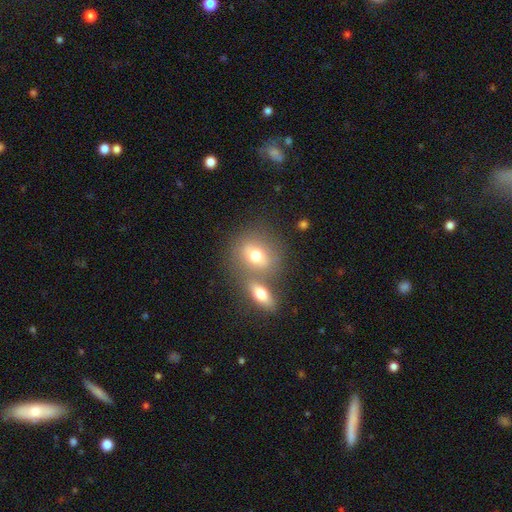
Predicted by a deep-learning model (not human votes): This is likely a smooth galaxy (69%). How rounded: possibly round (57%). Merging: possibly none (50%).